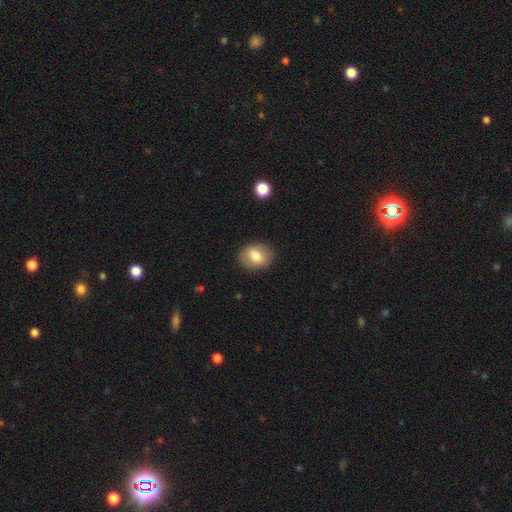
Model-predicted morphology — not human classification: smooth_or_featured: smooth (p=0.76) [alt: featured or disk p=0.16]
how_rounded: in between (p=0.53) [alt: round p=0.46]
merging: none (p=0.86) [alt: minor disturbance p=0.10]